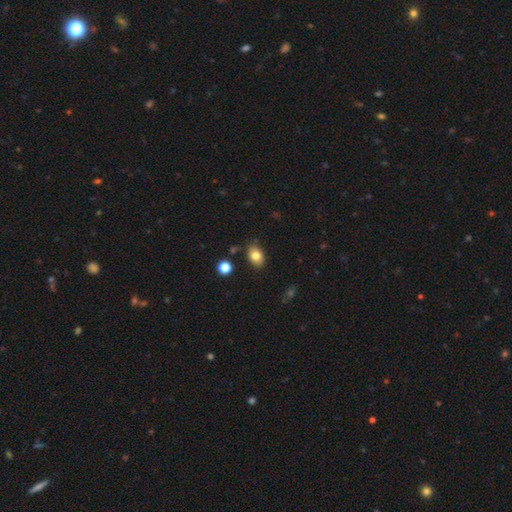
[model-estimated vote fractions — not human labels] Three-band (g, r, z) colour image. It shows a smooth galaxy with no disk features (81%) that is in between round and cigar-shaped (80%). Merging: none (83%).